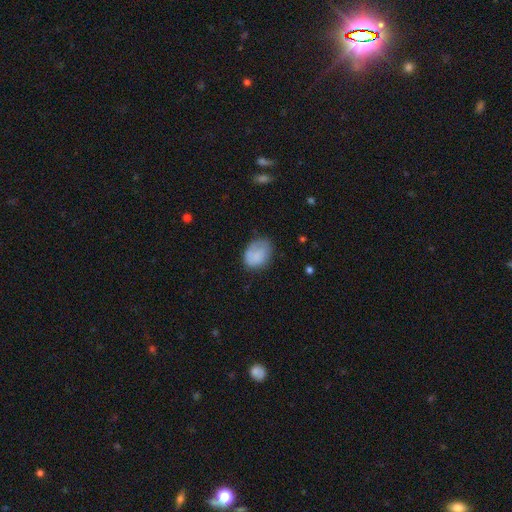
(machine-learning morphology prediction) Smooth or featured: smooth — 80% (featured or disk — 12%)
How rounded: in between — 68% (round — 31%)
Merging: none — 59% (minor disturbance — 27%)